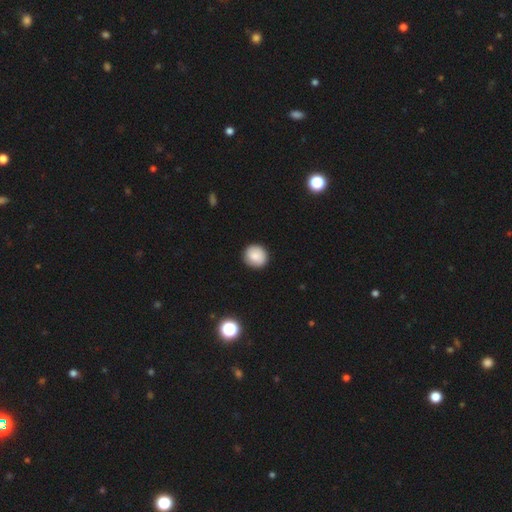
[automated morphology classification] Smooth or featured? Predicted: smooth (p=0.86). How rounded? Predicted: round (p=0.90). Merging? Predicted: none (p=0.91).